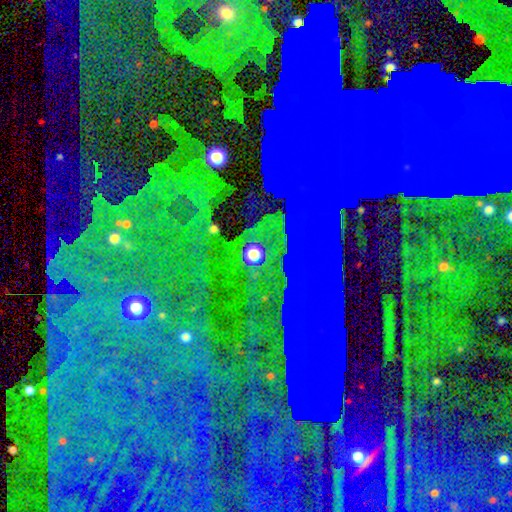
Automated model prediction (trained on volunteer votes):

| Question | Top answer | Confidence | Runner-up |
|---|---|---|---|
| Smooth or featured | star or artifact | 83% | featured or disk (9%) |